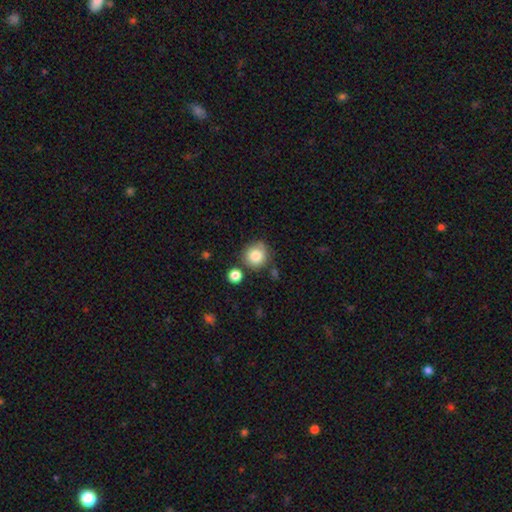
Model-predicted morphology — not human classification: smooth-or-featured: smooth: 83% | star or artifact: 10% | featured or disk: 8%
  how-rounded: round: 91% | in between: 8% | cigar-shaped: 1%
  merging: none: 76% | minor disturbance: 12% | merger: 8% | major disturbance: 3%